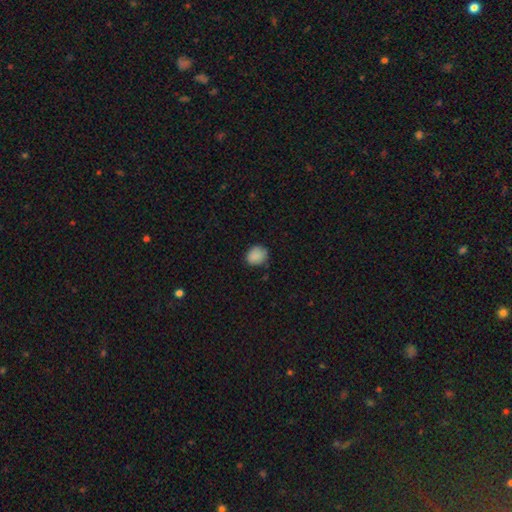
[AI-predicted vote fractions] Overall: smooth (87%). How rounded: round (62%; in between 37%). Merging: none (73%).